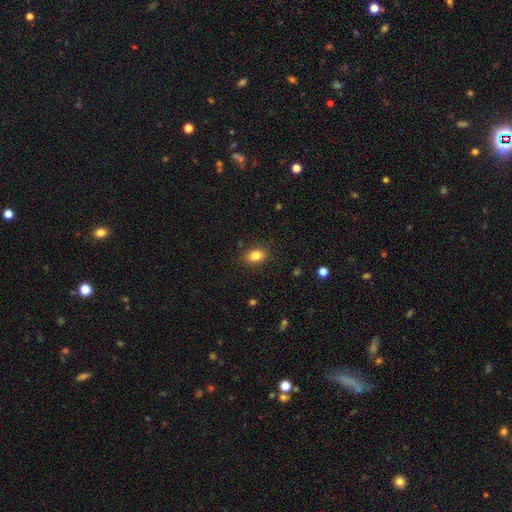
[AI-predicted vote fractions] smooth 84%, star or artifact 9%, featured or disk 7%. Down the decision tree: how rounded — in between (80%); merging — none (87%).